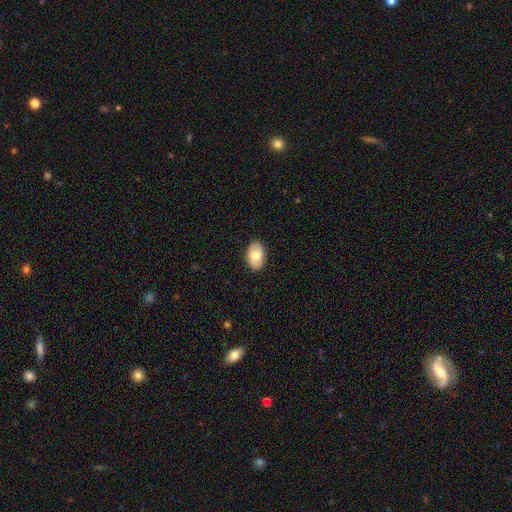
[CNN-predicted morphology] A smooth galaxy with no disk features (73%) that is in between round and cigar-shaped (89%).

Vote fractions:
- Smooth or featured? smooth: 73% / featured or disk: 20% / star or artifact: 7%
- How rounded? in between: 89% / round: 10% / cigar-shaped: 1%
- Merging? none: 87% / minor disturbance: 10% / major disturbance: 2% / merger: 1%